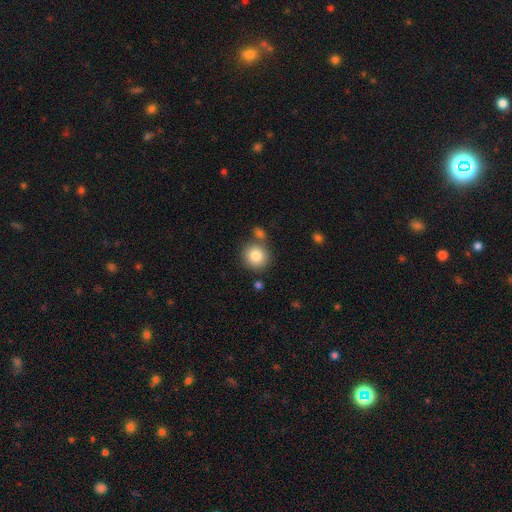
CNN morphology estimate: The model was most divided on "merging": none: 73%, merger: 14%, minor disturbance: 10%, major disturbance: 3%. More confident: how rounded — round (91%); smooth or featured — smooth (84%).